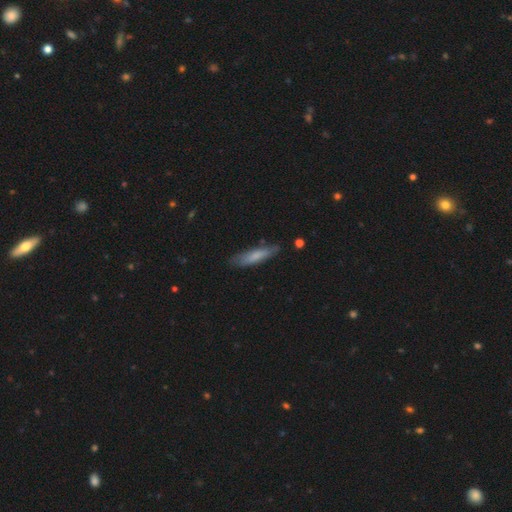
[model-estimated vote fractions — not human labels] Smooth or featured? smooth (71%)
How rounded? cigar-shaped (79%)
Merging? none (78%)